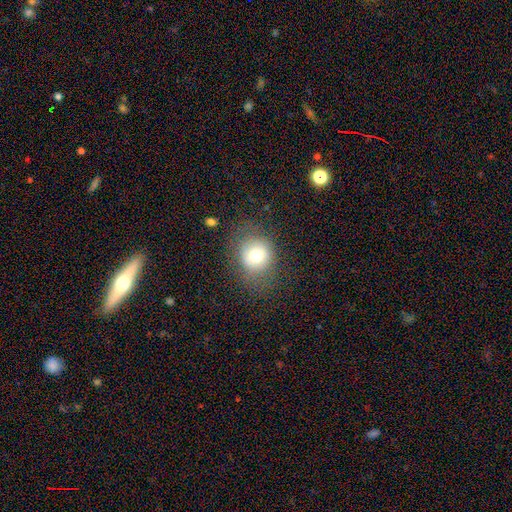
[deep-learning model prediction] Smooth or featured? Predicted: smooth (p=0.71). How rounded? Predicted: round (p=0.80). Merging? Predicted: none (p=0.75).